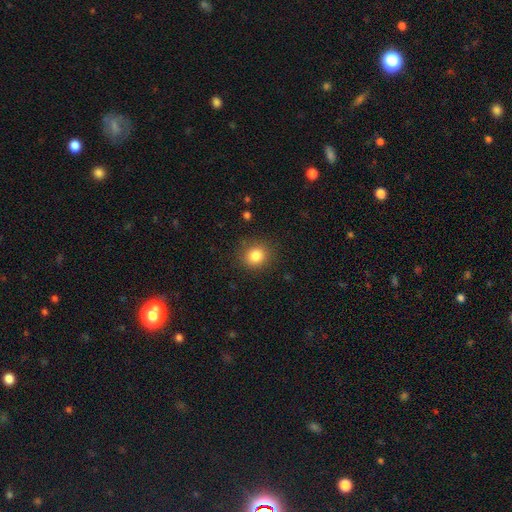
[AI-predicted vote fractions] This appears to be a smooth galaxy with no disk features (84%) that is round (83%). Merging: none (87%).